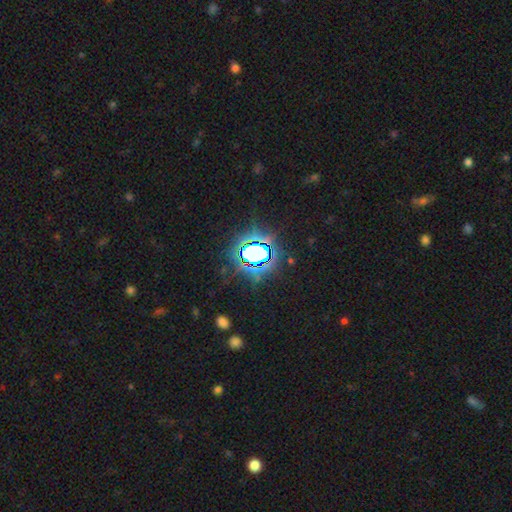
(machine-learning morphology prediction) smooth_or_featured: star or artifact (p=0.72) [alt: smooth p=0.17]